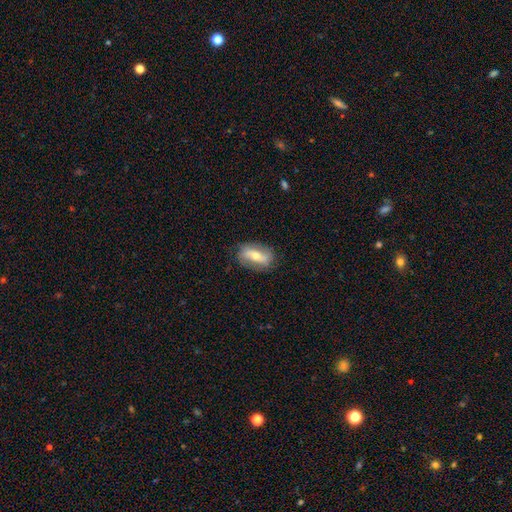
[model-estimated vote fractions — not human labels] Smooth or featured? Predicted: featured or disk (p=0.51). Edge-on disk? Predicted: no (p=0.84). Merging? Predicted: none (p=0.80).